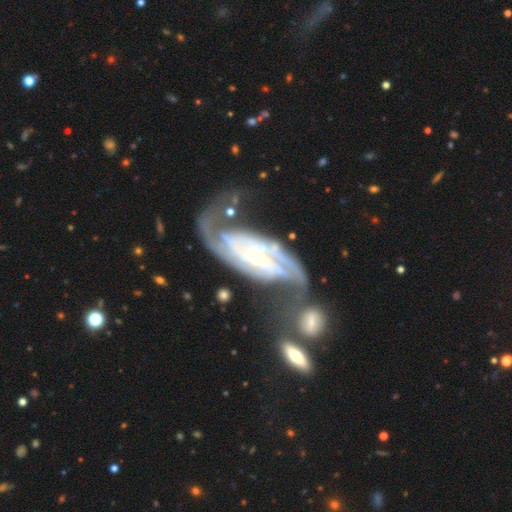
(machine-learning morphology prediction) The model was most divided on "spiral winding": medium: 44%, tight: 39%, loose: 16%. Remaining: spiral arms — yes (98%); edge-on disk — no (95%); smooth or featured — featured or disk (91%); bulge size — small (78%); spiral arm count — 2 (78%); bar — no (49%); merging — none (43%).